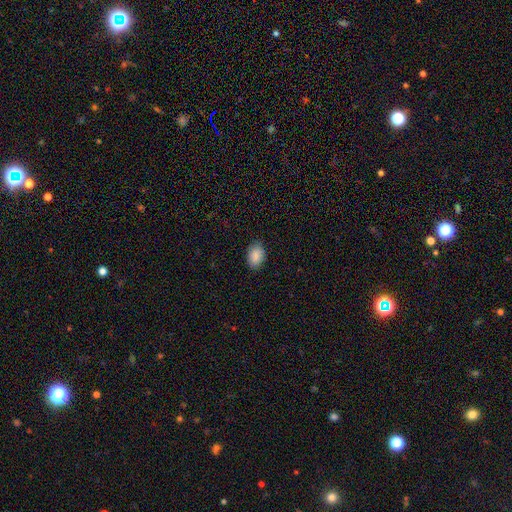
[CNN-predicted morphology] Smooth or featured? smooth (90%)
How rounded? in between (85%)
Merging? none (86%)